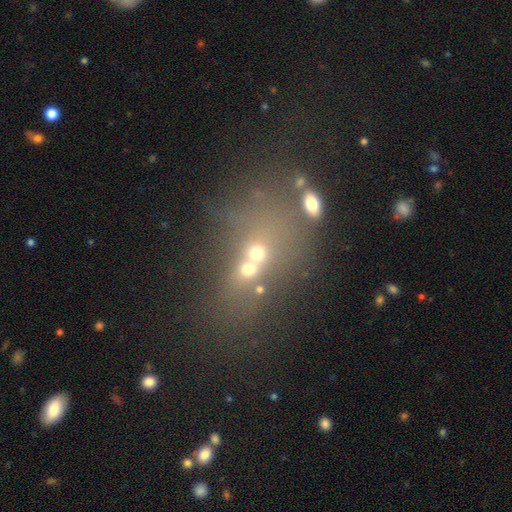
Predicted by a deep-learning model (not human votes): Smooth or featured: smooth — 39% (star or artifact — 35%)
Merging: merger — 52% (none — 33%)